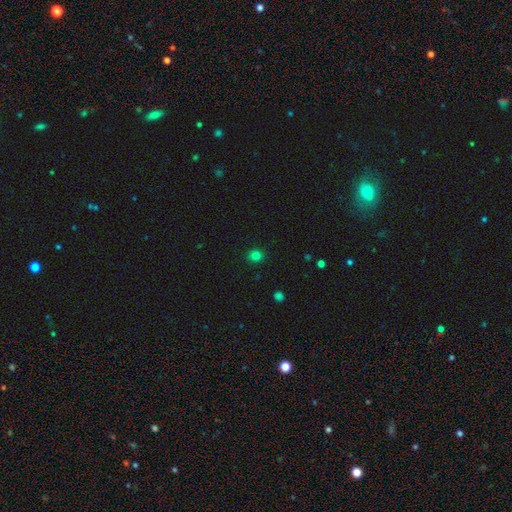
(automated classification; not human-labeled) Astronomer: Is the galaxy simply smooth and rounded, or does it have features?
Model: smooth — 80%.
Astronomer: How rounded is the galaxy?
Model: round — 85%.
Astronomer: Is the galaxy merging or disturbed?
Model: none — 90%.